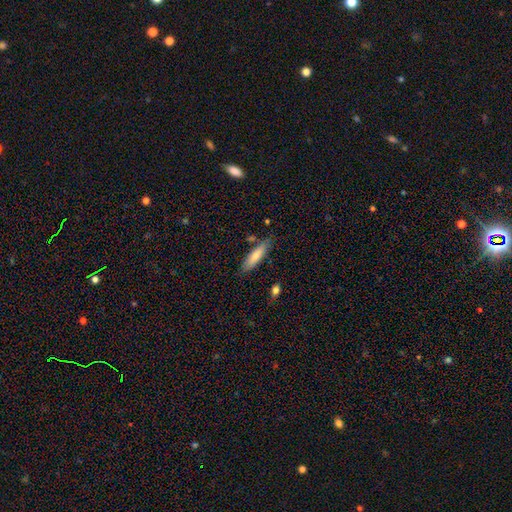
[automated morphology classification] Smooth or featured: smooth — 76% (featured or disk — 18%)
How rounded: cigar-shaped — 66% (in between — 32%)
Merging: none — 77% (minor disturbance — 16%)